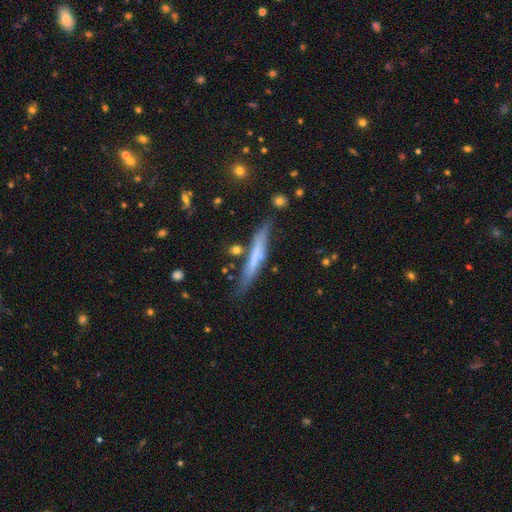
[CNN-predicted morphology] Smooth or featured? smooth (53%)
How rounded? cigar-shaped (94%)
Merging? none (72%)